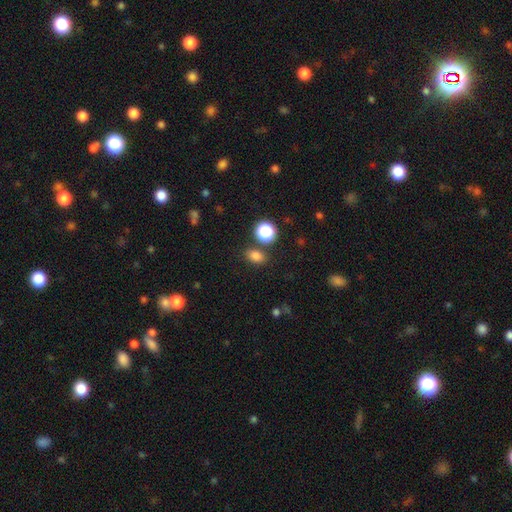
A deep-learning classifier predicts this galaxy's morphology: Overall: smooth (80%). How rounded: in between (67%; round 32%). Merging: none (80%).